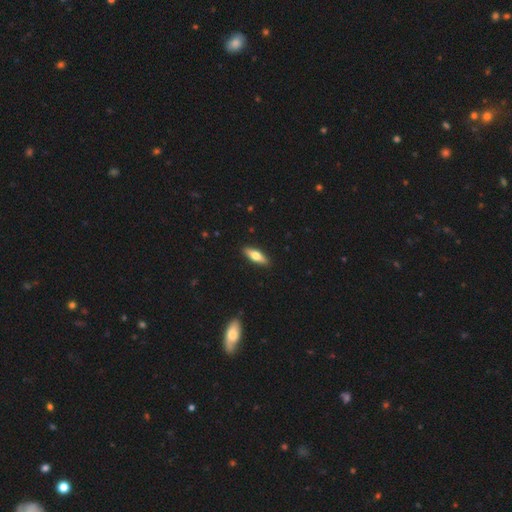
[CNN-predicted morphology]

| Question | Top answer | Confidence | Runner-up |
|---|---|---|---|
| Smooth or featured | smooth | 57% | featured or disk (37%) |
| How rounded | cigar-shaped | 51% | in between (46%) |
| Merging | none | 91% | minor disturbance (7%) |